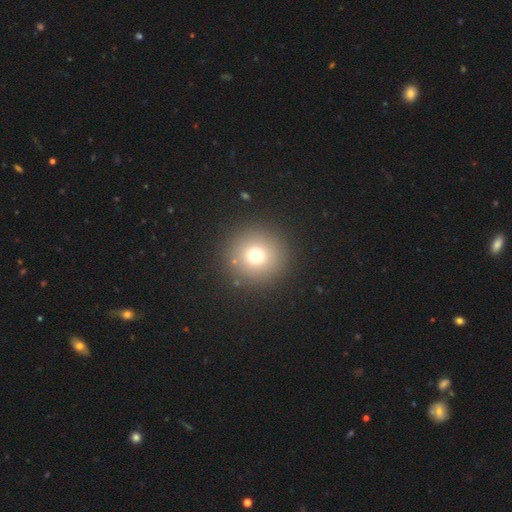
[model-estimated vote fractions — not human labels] This is likely a smooth galaxy (71%). How rounded: clearly round (94%). Merging: clearly none (89%).